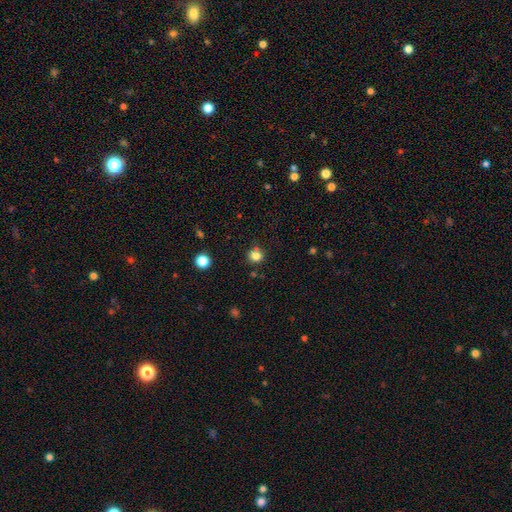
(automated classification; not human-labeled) This is clearly a smooth galaxy (82%). How rounded: clearly round (88%). Merging: likely none (79%).